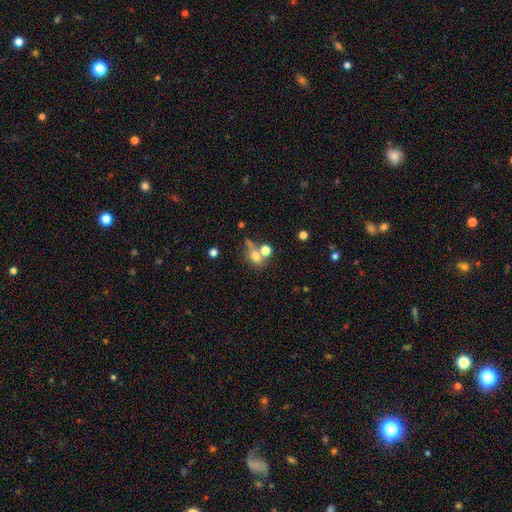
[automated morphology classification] A smooth galaxy with no disk features (67%) that is round (54%). Merging: none (40%).